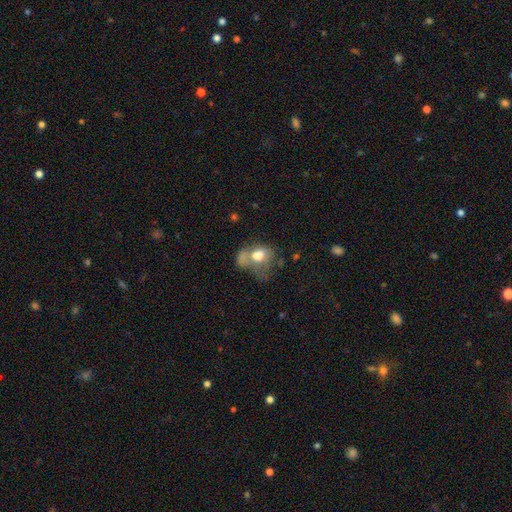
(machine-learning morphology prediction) A smooth galaxy with no disk features (60%) that is in between round and cigar-shaped (67%). Merging: merger (35%).